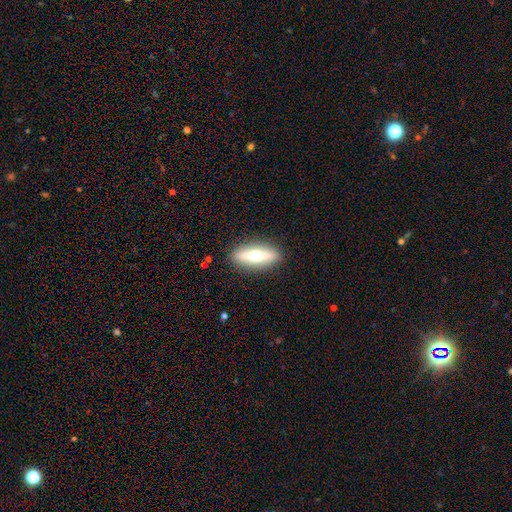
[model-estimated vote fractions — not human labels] smooth_or_featured: featured or disk (p=0.49) [alt: smooth p=0.45]
merging: none (p=0.89) [alt: minor disturbance p=0.08]